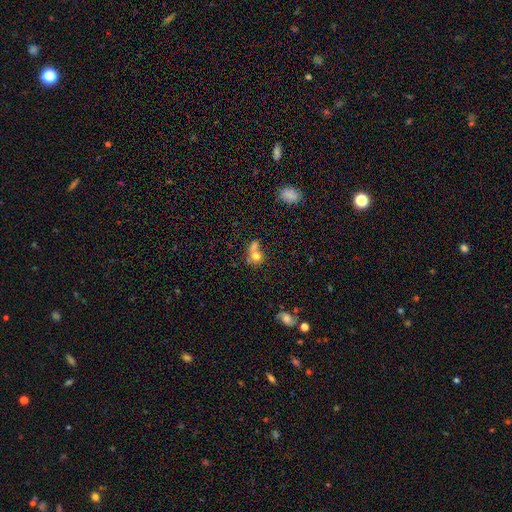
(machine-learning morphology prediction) Q: Smooth or featured?
A: smooth (70%); runner-up: featured or disk (18%)
Q: How rounded?
A: round (71%); runner-up: in between (27%)
Q: Merging?
A: merger (56%); runner-up: none (29%)